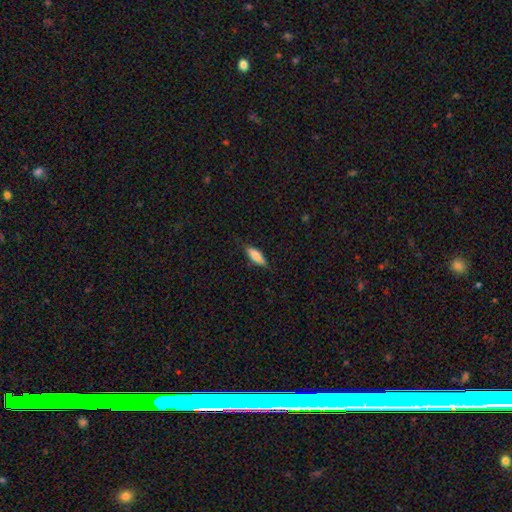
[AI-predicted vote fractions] Smooth or featured? smooth (81%)
How rounded? in between (54%)
Merging? none (77%)